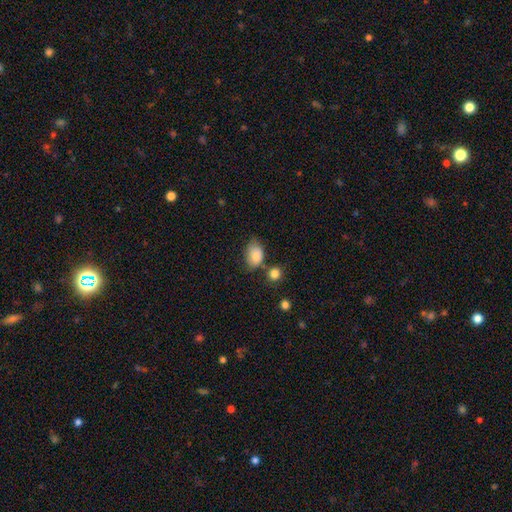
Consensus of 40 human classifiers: This is clearly a smooth galaxy (92%). How rounded: clearly in between (81%). Merging: marginally minor disturbance (42%).